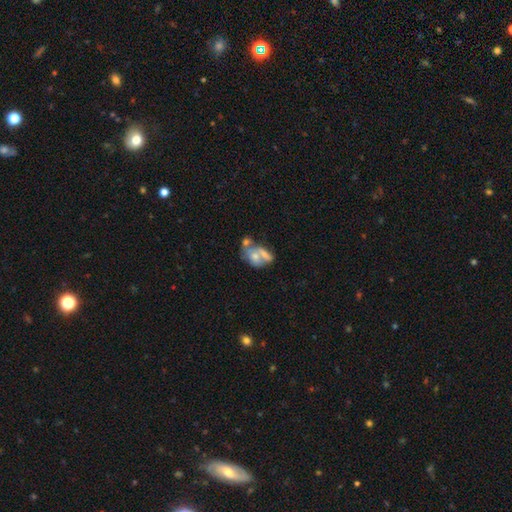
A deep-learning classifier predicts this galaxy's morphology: The model was most divided on "smooth or featured": smooth: 48%, featured or disk: 42%, star or artifact: 10%. More confident: merging — merger (59%).